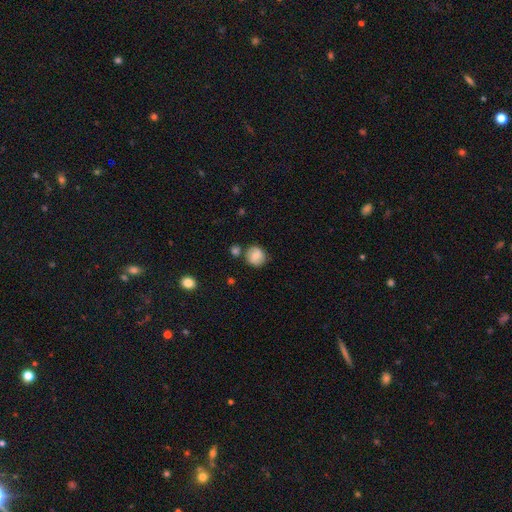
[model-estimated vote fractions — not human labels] Overall: smooth (67%). How rounded: round (84%). Merging: none (71%).